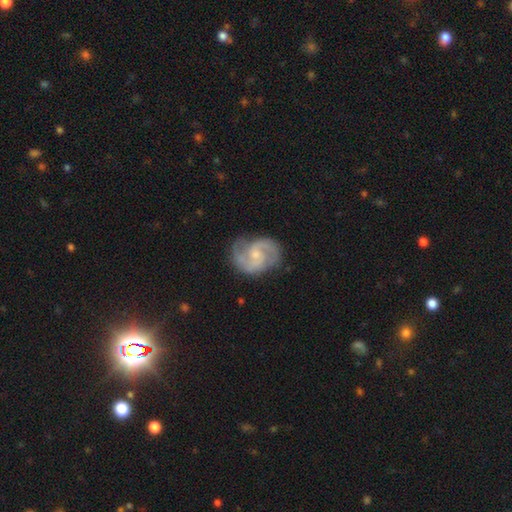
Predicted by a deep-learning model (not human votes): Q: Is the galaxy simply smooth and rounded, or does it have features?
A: featured or disk — 88%.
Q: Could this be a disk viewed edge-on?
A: no — 98%.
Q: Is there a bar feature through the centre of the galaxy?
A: no — 50%.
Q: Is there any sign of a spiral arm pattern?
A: yes — 97%.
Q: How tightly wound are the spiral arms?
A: medium — 58%.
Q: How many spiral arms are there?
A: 2 — 88%.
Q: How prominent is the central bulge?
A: small — 60%.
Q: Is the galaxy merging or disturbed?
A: none — 76%.